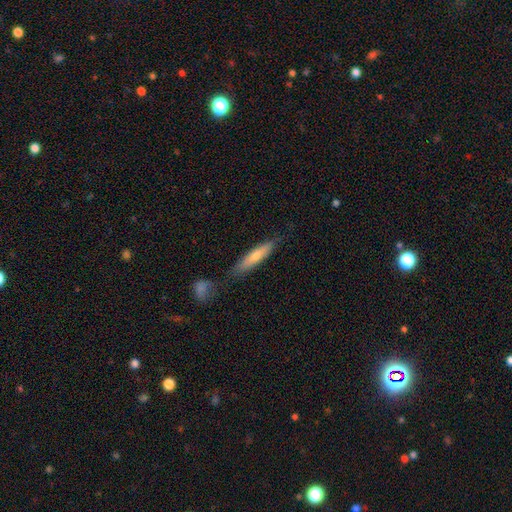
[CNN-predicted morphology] This is likely a smooth galaxy (65%). How rounded: clearly cigar-shaped (85%). Merging: likely none (69%).